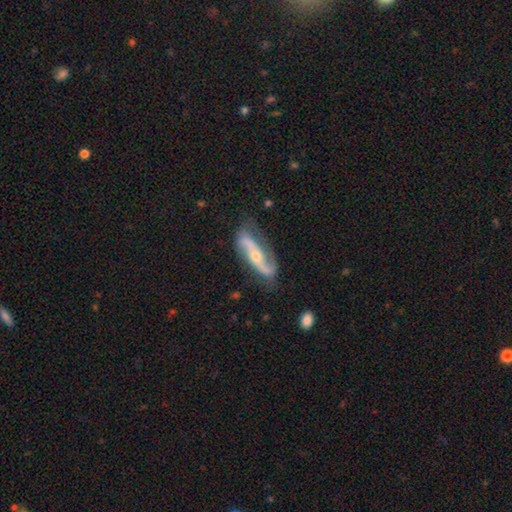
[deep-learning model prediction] Smooth or featured?
  - featured or disk: 83% *
  - smooth: 12%
  - star or artifact: 5%
Edge-on disk?
  - no: 85% *
  - yes: 15%
Bar?
  - no: 41% *
  - strong: 36%
  - weak: 24%
Spiral arms?
  - yes: 93% *
  - no: 7%
Spiral winding?
  - loose: 65% *
  - medium: 24%
  - tight: 11%
Spiral arm count?
  - 2: 91% *
  - can't tell: 4%
  - 1: 3%
  - 3: 1%
  - 4: 1%
  - more than 4: 1%
Bulge size?
  - moderate: 49% *
  - small: 46%
  - large: 2%
  - none: 1%
  - dominant: 1%
Merging?
  - none: 71% *
  - minor disturbance: 20%
  - major disturbance: 8%
  - merger: 2%